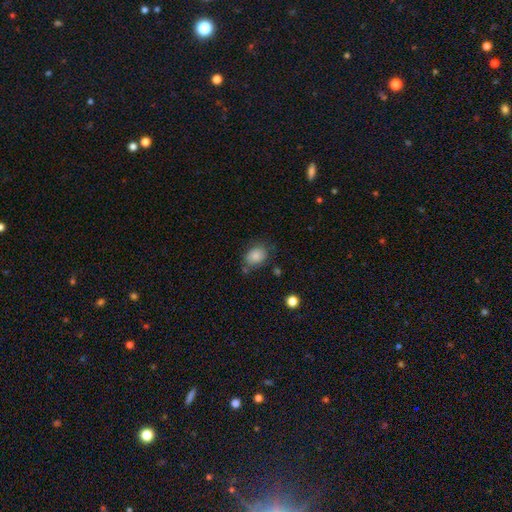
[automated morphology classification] This is clearly a smooth galaxy (85%). How rounded: likely in between (65%). Merging: likely none (69%).